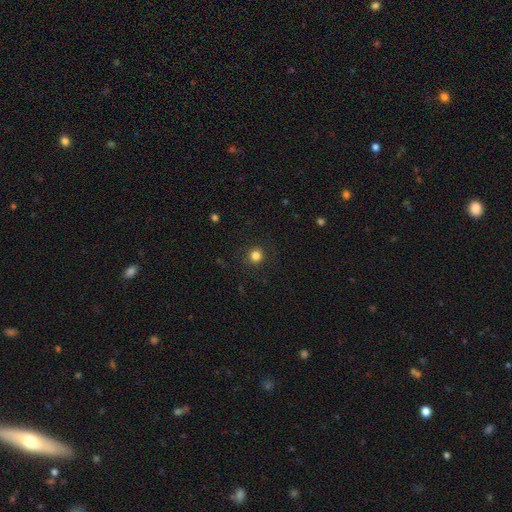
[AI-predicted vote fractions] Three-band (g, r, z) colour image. It shows a smooth galaxy with no disk features (82%) that is round (93%). Merging: none (90%).